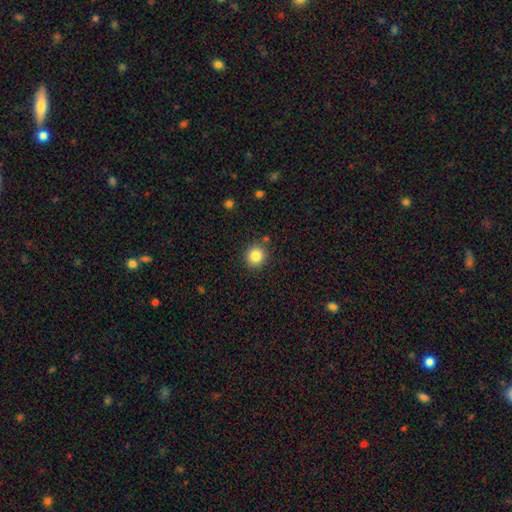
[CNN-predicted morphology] This is clearly a smooth galaxy (85%). How rounded: clearly round (89%). Merging: clearly none (87%).